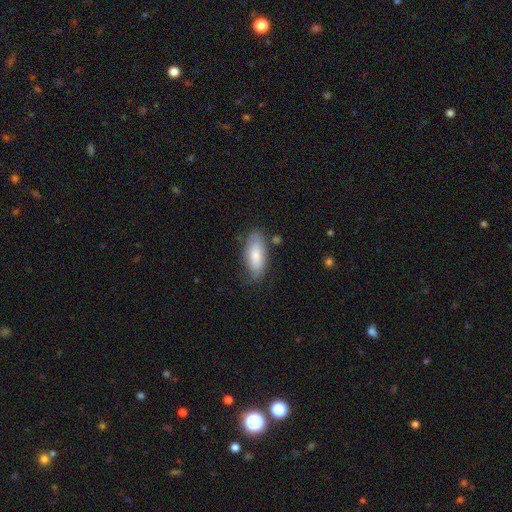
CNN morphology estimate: A smooth galaxy with no disk features (78%) that is in between round and cigar-shaped (82%). Merging: none (69%).